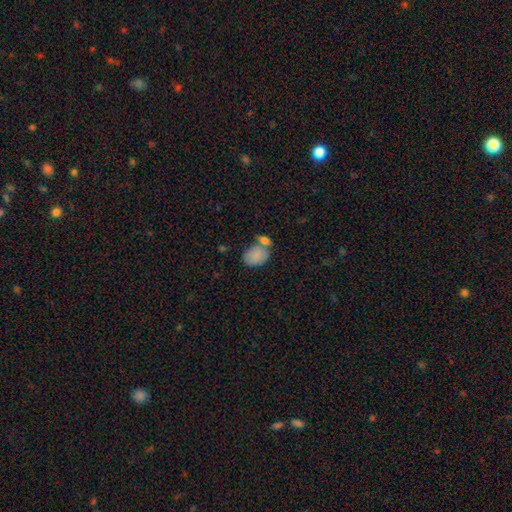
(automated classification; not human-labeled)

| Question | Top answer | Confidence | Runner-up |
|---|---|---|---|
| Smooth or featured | smooth | 84% | featured or disk (9%) |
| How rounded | in between | 78% | round (21%) |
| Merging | none | 41% | merger (36%) |